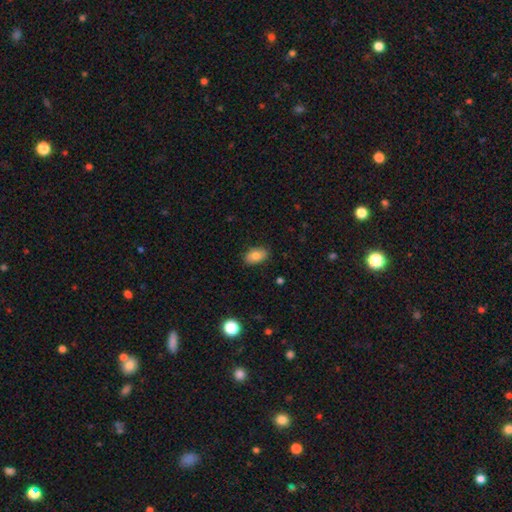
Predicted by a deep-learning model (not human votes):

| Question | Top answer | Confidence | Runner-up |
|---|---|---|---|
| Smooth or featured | smooth | 80% | featured or disk (12%) |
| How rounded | in between | 89% | round (9%) |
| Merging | none | 86% | minor disturbance (11%) |